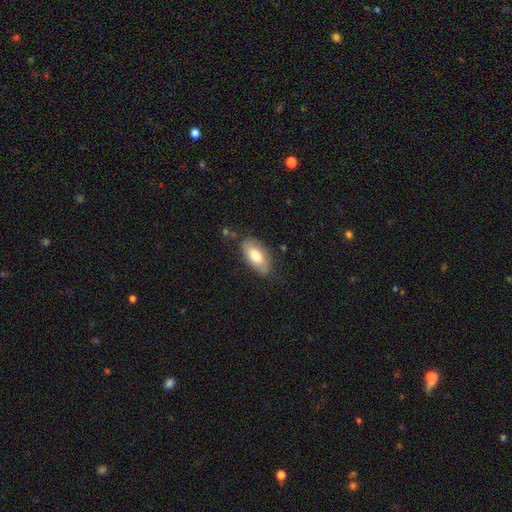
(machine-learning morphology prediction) type=smooth (72%); roundness=in between (92%); merging=none (74%).